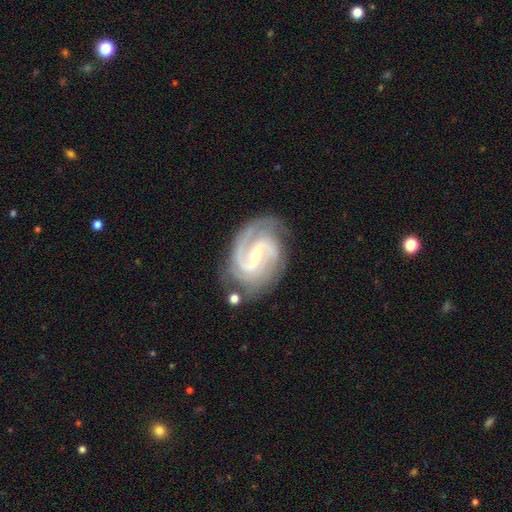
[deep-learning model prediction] Overall: featured or disk (92%). Edge-on disk: no (98%). Bar: weak (48%; strong 31%). Spiral arms: yes (98%). Spiral arm count: 2 (57%; 3 25%). Spiral winding: medium (50%; tight 40%). Bulge size: small (65%; moderate 31%). Merging: none (75%).